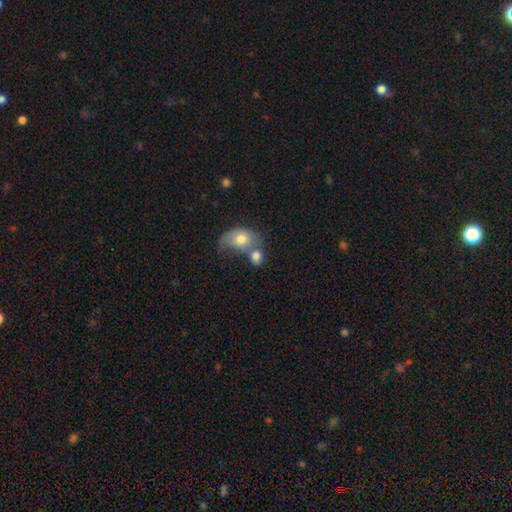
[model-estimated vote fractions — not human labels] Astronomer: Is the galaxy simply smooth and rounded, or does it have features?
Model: smooth — 76%.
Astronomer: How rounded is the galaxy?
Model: in between — 58% (runner-up: round, 41%).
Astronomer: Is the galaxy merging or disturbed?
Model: merger — 55%.